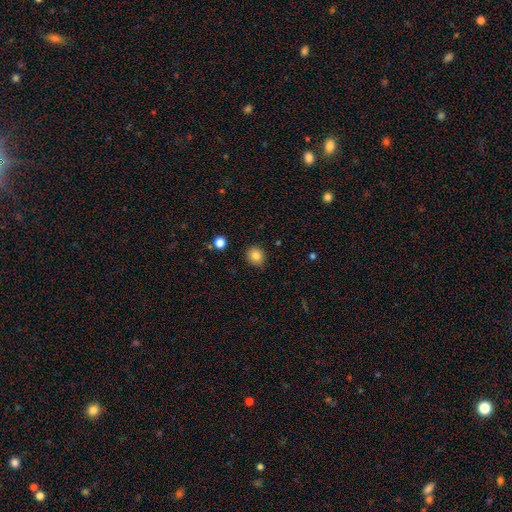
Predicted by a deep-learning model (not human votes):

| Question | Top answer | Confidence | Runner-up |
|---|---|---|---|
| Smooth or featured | smooth | 83% | star or artifact (11%) |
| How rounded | round | 80% | in between (19%) |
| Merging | none | 83% | minor disturbance (13%) |